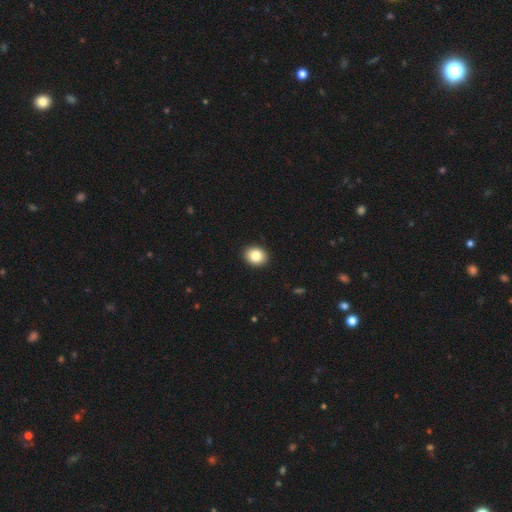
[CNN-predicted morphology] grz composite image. It shows a smooth galaxy with no disk features (84%) that is round (56%). Merging: none (92%).